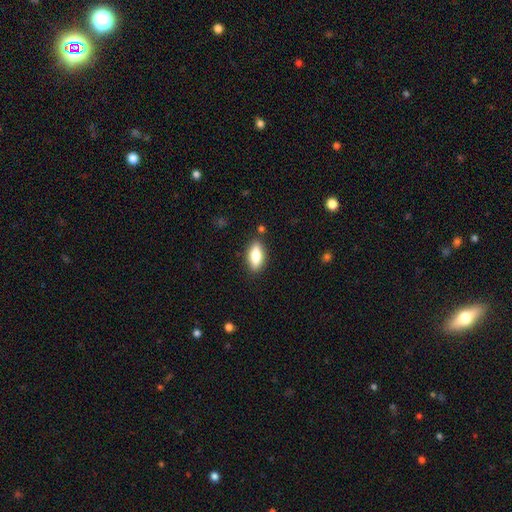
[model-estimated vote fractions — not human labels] smooth-or-featured: smooth: 73% | featured or disk: 20% | star or artifact: 7%
  how-rounded: in between: 79% | cigar-shaped: 17% | round: 3%
  merging: none: 85% | minor disturbance: 10% | major disturbance: 3% | merger: 2%